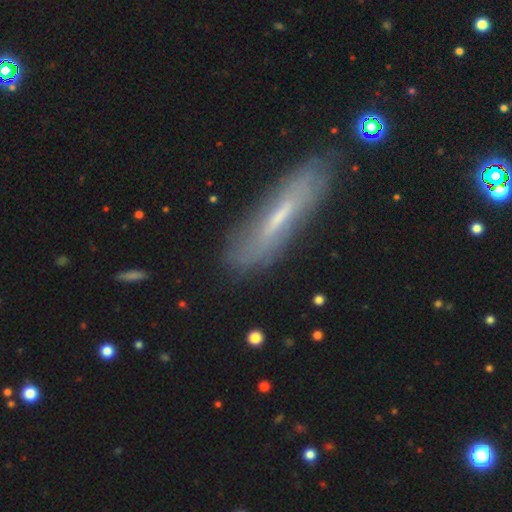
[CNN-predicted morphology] Smooth or featured? Predicted: featured or disk (p=0.51). Edge-on disk? Predicted: yes (p=0.58). Merging? Predicted: none (p=0.82).